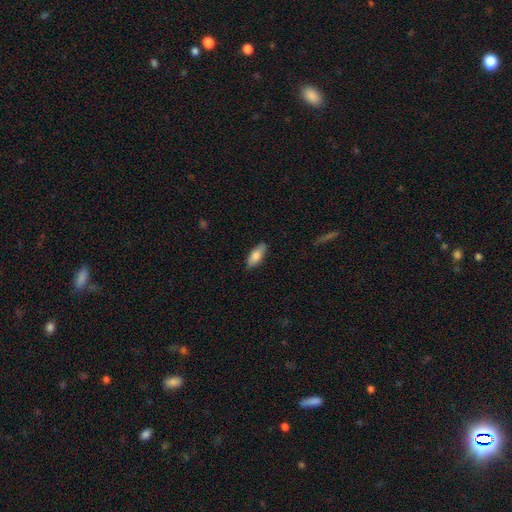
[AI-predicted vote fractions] smooth_or_featured: smooth (p=0.79) [alt: featured or disk p=0.15]
how_rounded: in between (p=0.76) [alt: cigar-shaped p=0.22]
merging: none (p=0.85) [alt: minor disturbance p=0.12]